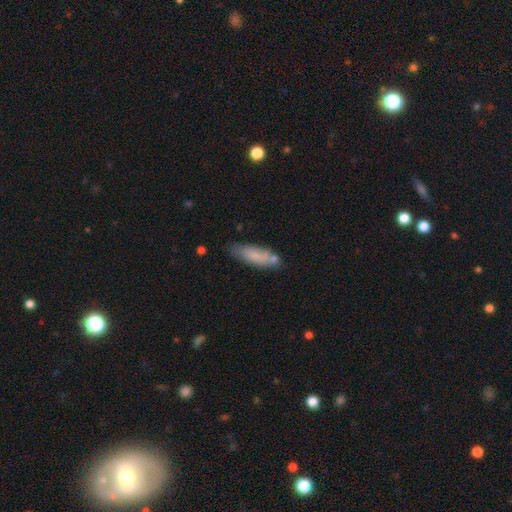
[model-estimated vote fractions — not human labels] Smooth or featured? Predicted: smooth (p=0.78). How rounded? Predicted: in between (p=0.57). Merging? Predicted: none (p=0.65).